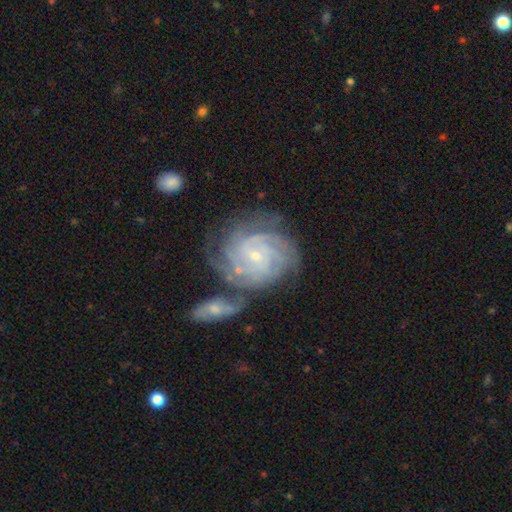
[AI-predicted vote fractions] smooth-or-featured: featured or disk: 87% | smooth: 7% | star or artifact: 6%
  disk-edge-on: no: 97% | yes: 3%
    bar: no: 63% | weak: 30% | strong: 7%
    has-spiral-arms: yes: 97% | no: 3%
      spiral-winding: tight: 75% | medium: 21% | loose: 4%
      spiral-arm-count: 4: 30% | can't tell: 25% | 3: 19% | more than 4: 10% | 2: 10% | 1: 6%
    bulge-size: small: 81% | moderate: 15% | none: 2% | large: 1% | dominant: 1%
  merging: none: 55% | merger: 19% | minor disturbance: 18% | major disturbance: 8%